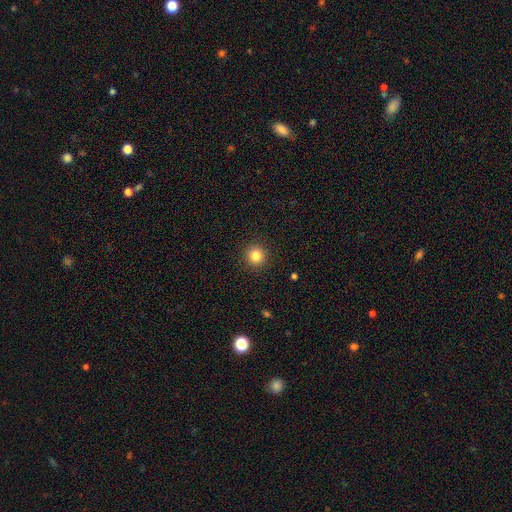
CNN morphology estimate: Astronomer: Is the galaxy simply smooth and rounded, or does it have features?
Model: smooth — 83%.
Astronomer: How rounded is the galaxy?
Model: round — 94%.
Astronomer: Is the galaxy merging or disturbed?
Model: none — 92%.